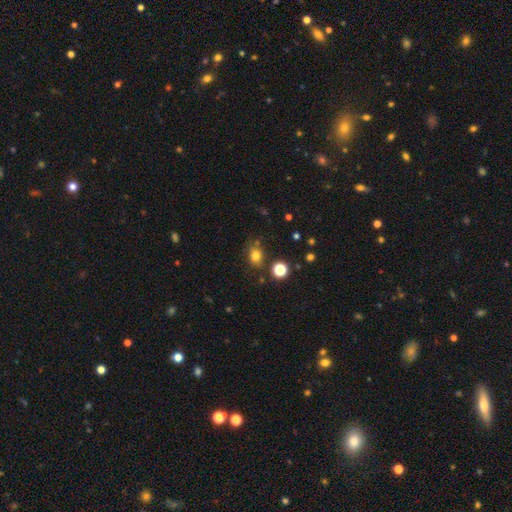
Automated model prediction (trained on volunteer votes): Q: Smooth or featured?
A: smooth (77%); runner-up: star or artifact (16%)
Q: How rounded?
A: round (55%); runner-up: in between (44%)
Q: Merging?
A: none (75%); runner-up: minor disturbance (15%)